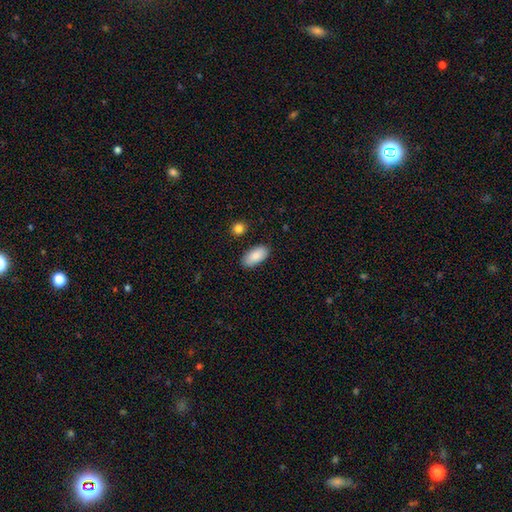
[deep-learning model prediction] The model was most divided on "merging": none: 85%, minor disturbance: 11%, major disturbance: 2%, merger: 2%. More confident: how rounded — in between (93%); smooth or featured — smooth (89%).